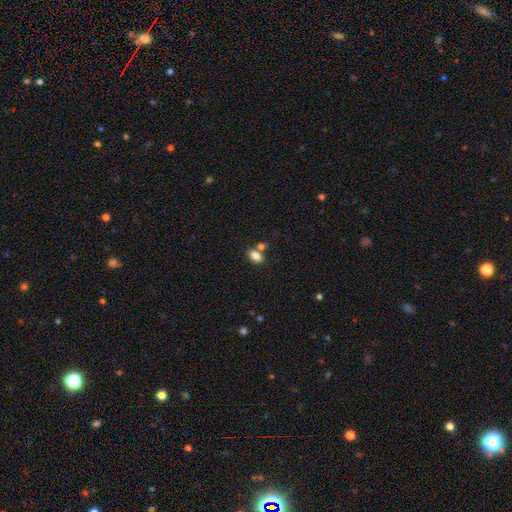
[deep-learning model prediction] Smooth or featured? smooth (83%)
How rounded? in between (84%)
Merging? none (62%)